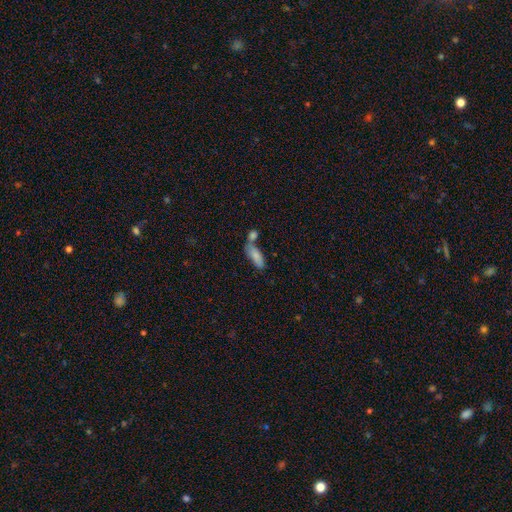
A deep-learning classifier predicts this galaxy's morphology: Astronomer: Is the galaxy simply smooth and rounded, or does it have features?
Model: smooth — 81%.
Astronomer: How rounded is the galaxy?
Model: in between — 67%.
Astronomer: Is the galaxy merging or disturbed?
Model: merger — 42% (runner-up: none, 40%).